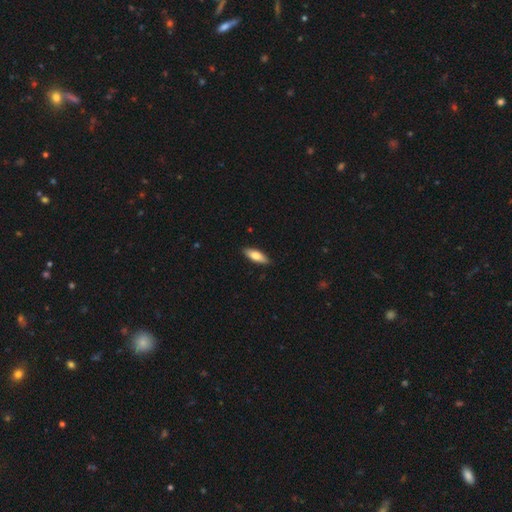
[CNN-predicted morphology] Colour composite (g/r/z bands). It shows a smooth galaxy with no disk features (73%) that is in between round and cigar-shaped (64%). Merging: none (88%).